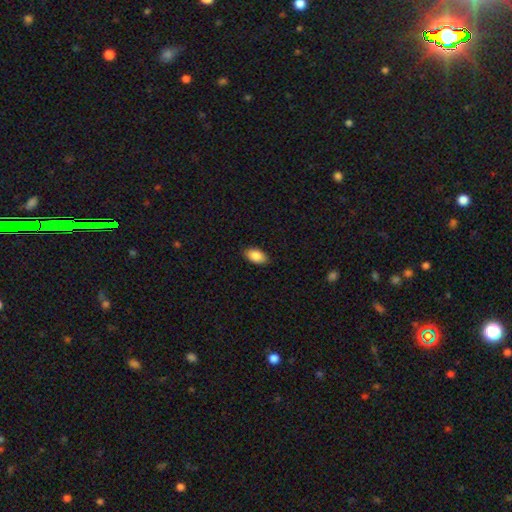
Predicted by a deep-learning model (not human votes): Smooth or featured?
  - smooth: 87% *
  - star or artifact: 7%
  - featured or disk: 6%
How rounded?
  - in between: 93% *
  - round: 4%
  - cigar-shaped: 2%
Merging?
  - none: 87% *
  - minor disturbance: 10%
  - major disturbance: 2%
  - merger: 1%